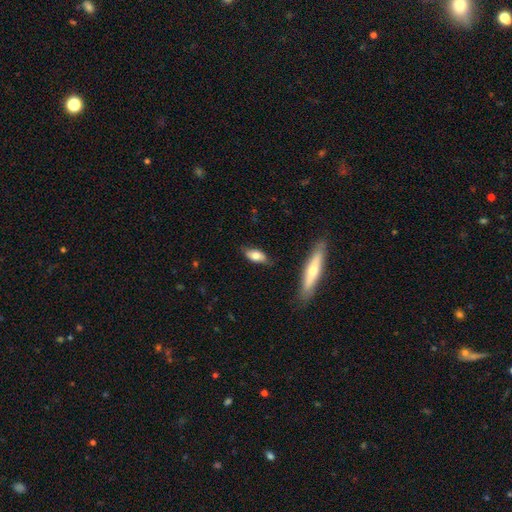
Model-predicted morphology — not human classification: Overall: smooth (72%). How rounded: in between (79%). Merging: none (79%).